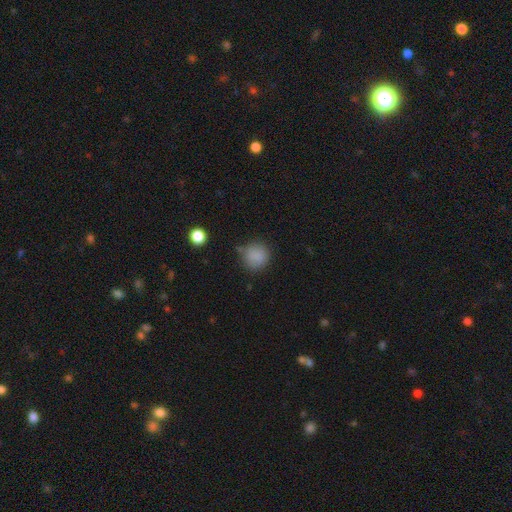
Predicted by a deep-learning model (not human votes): A smooth galaxy with no disk features (84%) that is round (89%).

Vote fractions:
- Smooth or featured? smooth: 84% / star or artifact: 10% / featured or disk: 6%
- How rounded? round: 89% / in between: 10% / cigar-shaped: 1%
- Merging? none: 74% / minor disturbance: 18% / major disturbance: 5% / merger: 4%